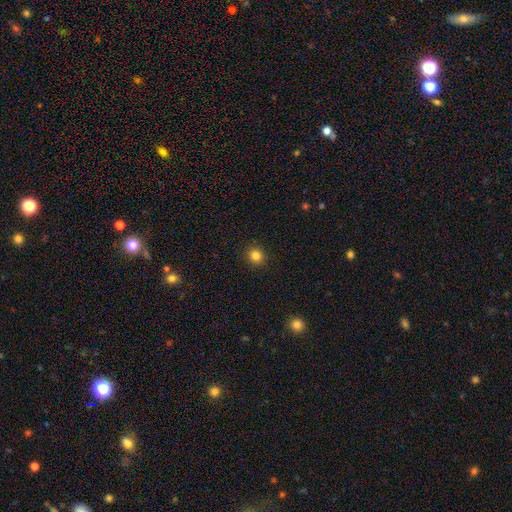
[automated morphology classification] Smooth or featured: smooth — 83% (star or artifact — 12%)
How rounded: round — 89% (in between — 10%)
Merging: none — 92% (minor disturbance — 5%)